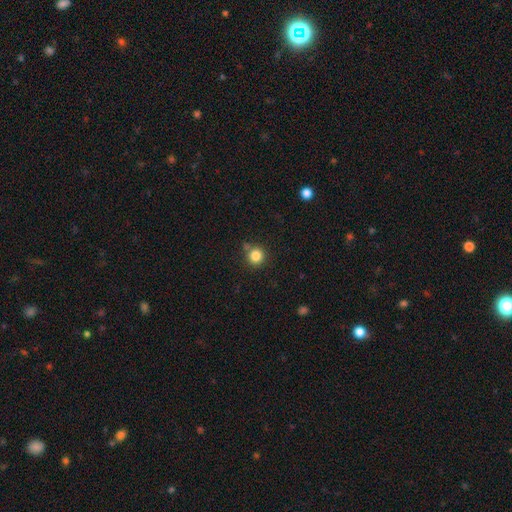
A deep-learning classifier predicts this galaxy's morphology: This is clearly a smooth galaxy (84%). How rounded: clearly round (93%). Merging: likely none (77%).